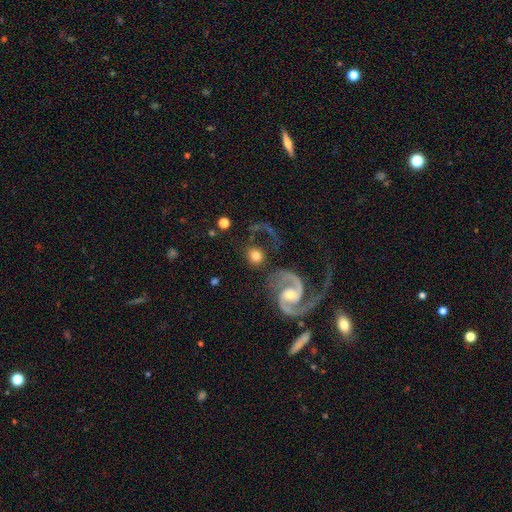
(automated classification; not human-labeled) Smooth or featured? Predicted: smooth (p=0.54). How rounded? Predicted: round (p=0.86). Merging? Predicted: none (p=0.65).